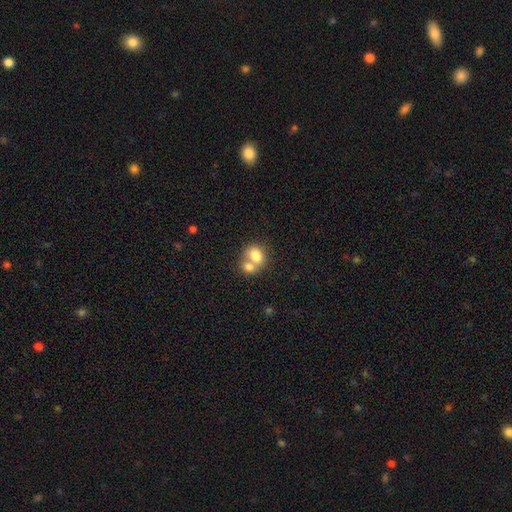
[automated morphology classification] A smooth galaxy with no disk features (77%) that is in between round and cigar-shaped (57%). Merging: merger (62%).